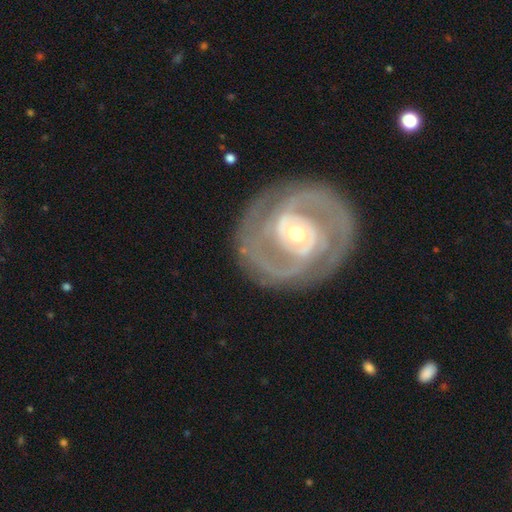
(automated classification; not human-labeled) smooth_or_featured: featured or disk (p=0.88) [alt: smooth p=0.07]
disk_edge_on: no (p=0.97) [alt: yes p=0.03]
bar: no (p=0.43) [alt: weak p=0.34]
has_spiral_arms: yes (p=0.93) [alt: no p=0.07]
spiral_winding: tight (p=0.63) [alt: medium p=0.31]
spiral_arm_count: 2 (p=0.73) [alt: can't tell p=0.10]
bulge_size: moderate (p=0.54) [alt: small p=0.38]
merging: none (p=0.82) [alt: minor disturbance p=0.12]